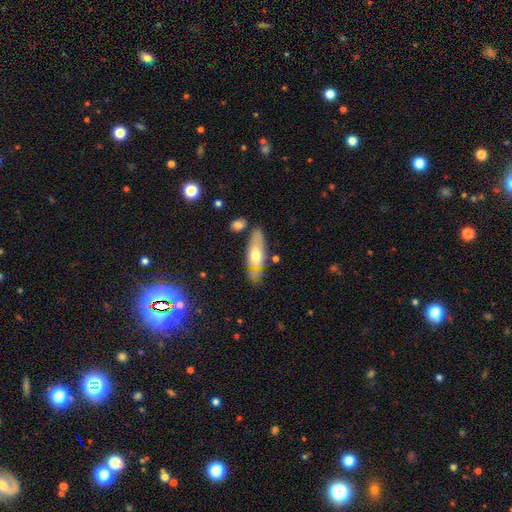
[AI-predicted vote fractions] smooth-or-featured: smooth: 57% | featured or disk: 35% | star or artifact: 7%
  how-rounded: in between: 72% | cigar-shaped: 25% | round: 3%
  merging: none: 52% | minor disturbance: 25% | merger: 14% | major disturbance: 10%